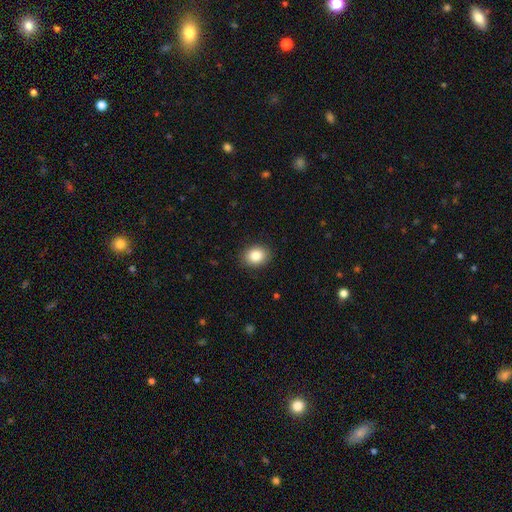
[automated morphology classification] smooth-or-featured: smooth: 85% | star or artifact: 9% | featured or disk: 6%
  how-rounded: in between: 51% | round: 49% | cigar-shaped: 1%
  merging: none: 89% | minor disturbance: 7% | major disturbance: 2% | merger: 1%